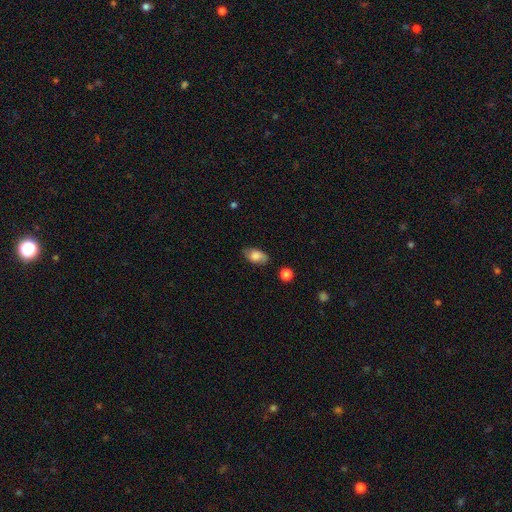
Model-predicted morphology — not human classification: smooth-or-featured: smooth: 71% | featured or disk: 21% | star or artifact: 8%
  how-rounded: in between: 90% | round: 6% | cigar-shaped: 3%
  merging: none: 77% | minor disturbance: 17% | major disturbance: 4% | merger: 2%